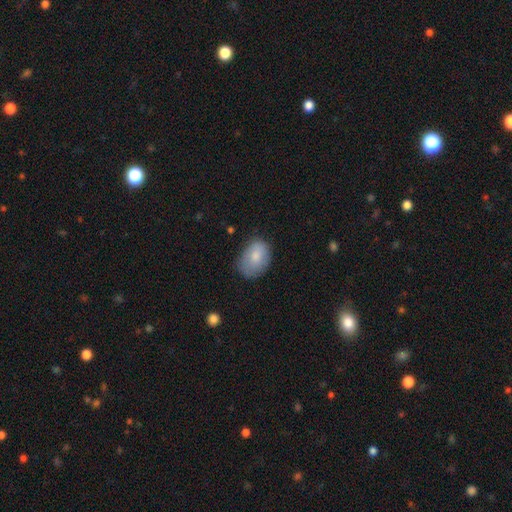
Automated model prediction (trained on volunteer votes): smooth 79%, featured or disk 15%, star or artifact 7%. Down the decision tree: how rounded — in between (82%); merging — none (66%).